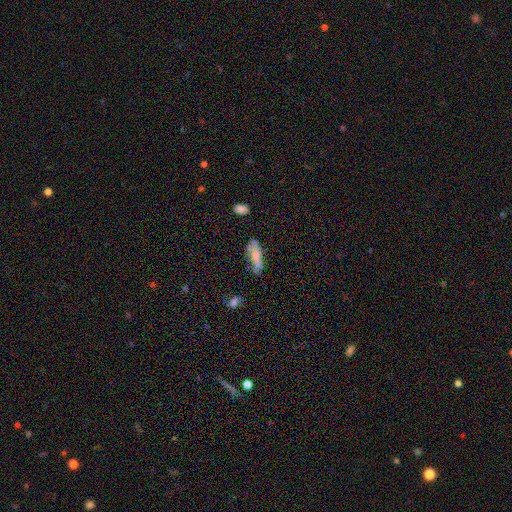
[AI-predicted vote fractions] smooth 64%, featured or disk 28%, star or artifact 9%. Down the decision tree: how rounded — in between (67%); merging — none (41%).